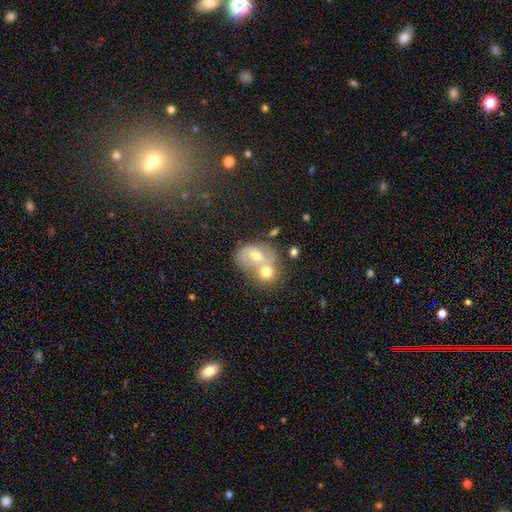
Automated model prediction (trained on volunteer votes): smooth_or_featured: smooth (p=0.53) [alt: featured or disk p=0.36]
how_rounded: round (p=0.50) [alt: in between p=0.49]
merging: merger (p=0.68) [alt: none p=0.21]